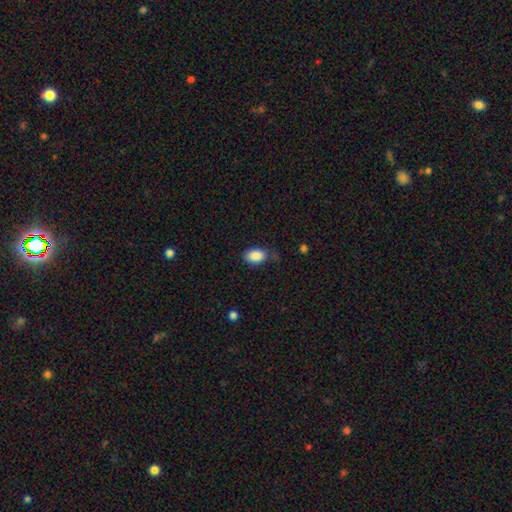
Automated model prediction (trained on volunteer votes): This appears to be a smooth galaxy with no disk features (87%) that is in between round and cigar-shaped (89%). Merging: none (70%).